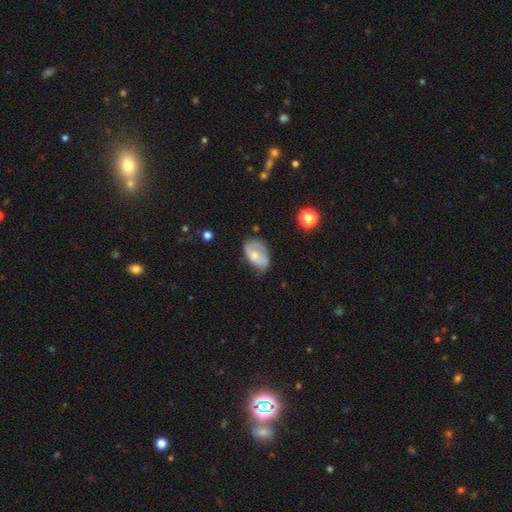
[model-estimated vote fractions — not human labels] Morphology: type=smooth (49%); merging=none (45%).